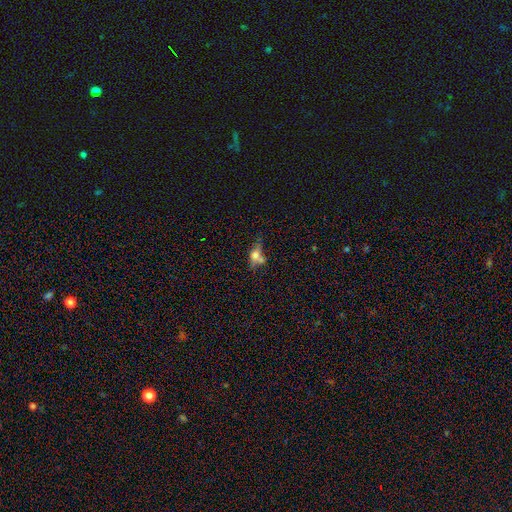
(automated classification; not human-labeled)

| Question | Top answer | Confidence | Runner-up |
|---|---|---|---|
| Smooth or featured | smooth | 53% | featured or disk (34%) |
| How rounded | in between | 67% | round (16%) |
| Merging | none | 34% | merger (32%) |